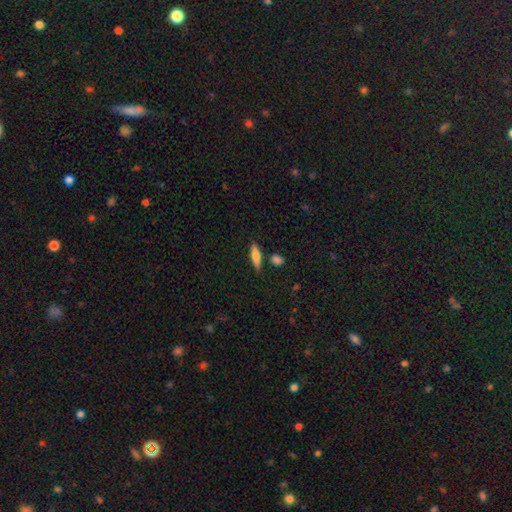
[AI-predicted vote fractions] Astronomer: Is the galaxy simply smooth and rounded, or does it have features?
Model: smooth — 74%.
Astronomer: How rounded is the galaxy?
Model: cigar-shaped — 60% (runner-up: in between, 37%).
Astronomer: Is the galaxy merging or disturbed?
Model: none — 77%.